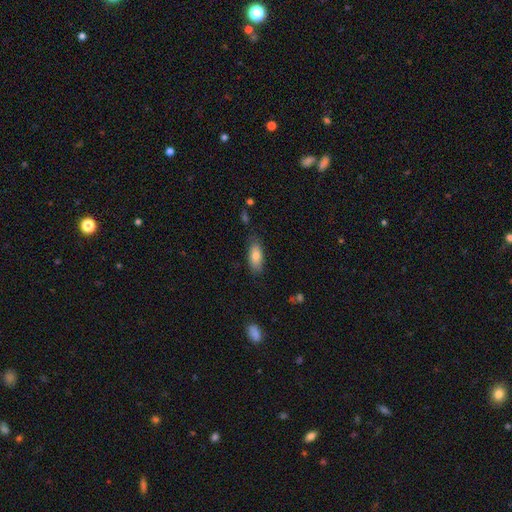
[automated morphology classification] A smooth galaxy with no disk features (80%) that is in between round and cigar-shaped (82%).

Vote fractions:
- Smooth or featured? smooth: 80% / featured or disk: 13% / star or artifact: 7%
- How rounded? in between: 82% / cigar-shaped: 15% / round: 2%
- Merging? none: 80% / minor disturbance: 15% / major disturbance: 3% / merger: 2%